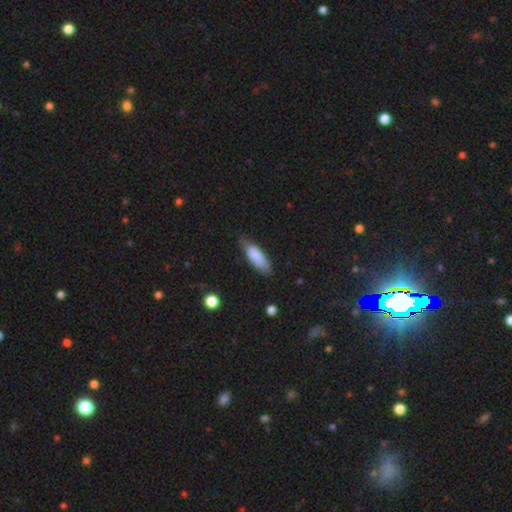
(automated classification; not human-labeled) Q: Smooth or featured?
A: smooth (84%); runner-up: featured or disk (10%)
Q: How rounded?
A: in between (62%); runner-up: cigar-shaped (36%)
Q: Merging?
A: none (68%); runner-up: minor disturbance (25%)